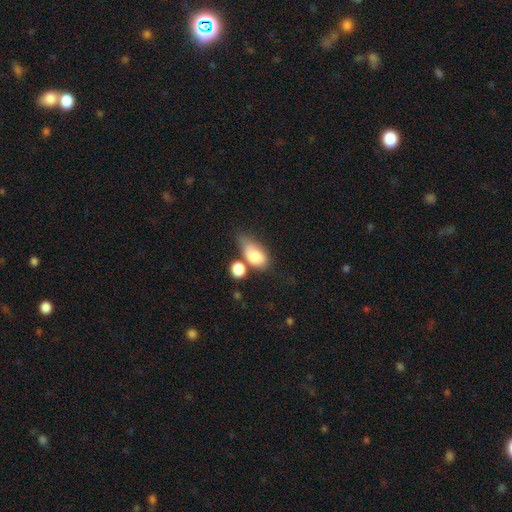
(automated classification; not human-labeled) Morphology: type=smooth (81%); roundness=in between (87%); merging=none (31%).